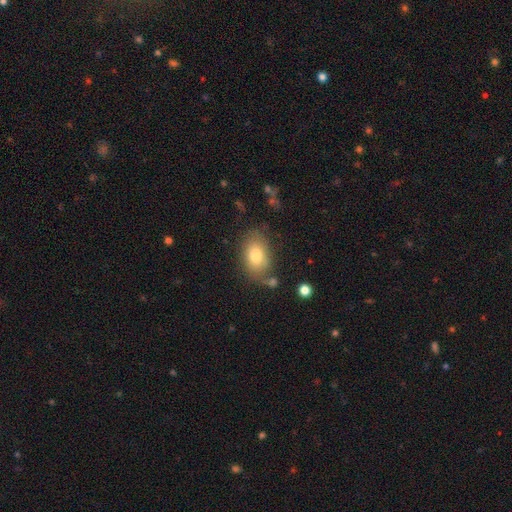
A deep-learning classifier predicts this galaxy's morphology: This is likely a smooth galaxy (77%). How rounded: clearly in between (83%). Merging: likely none (68%).